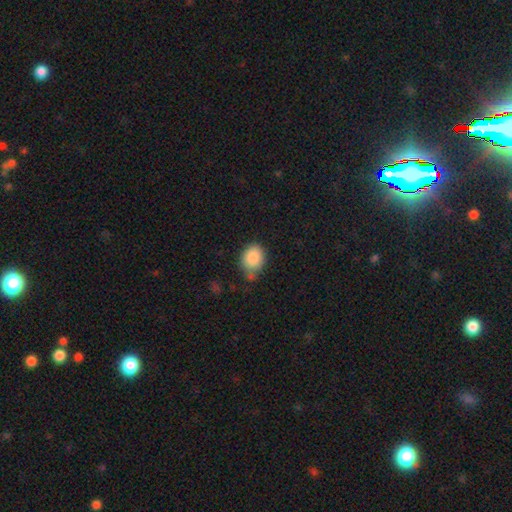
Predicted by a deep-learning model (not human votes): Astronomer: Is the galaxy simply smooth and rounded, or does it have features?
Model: smooth — 87%.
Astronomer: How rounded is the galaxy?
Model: in between — 55% (runner-up: round, 44%).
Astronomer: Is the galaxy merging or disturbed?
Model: none — 61%.